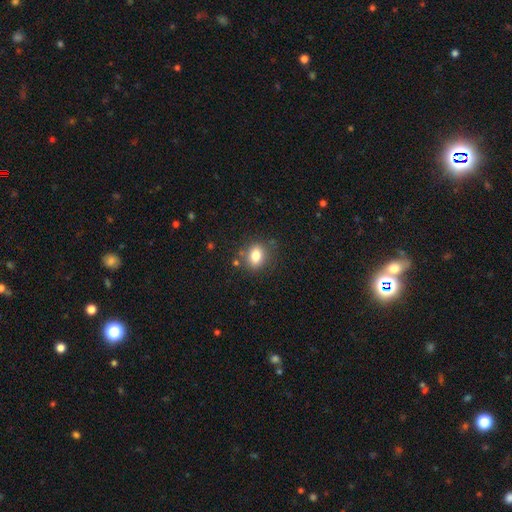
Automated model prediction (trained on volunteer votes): This appears to be a smooth galaxy with no disk features (81%) that is in between round and cigar-shaped (56%). Merging: none (79%).